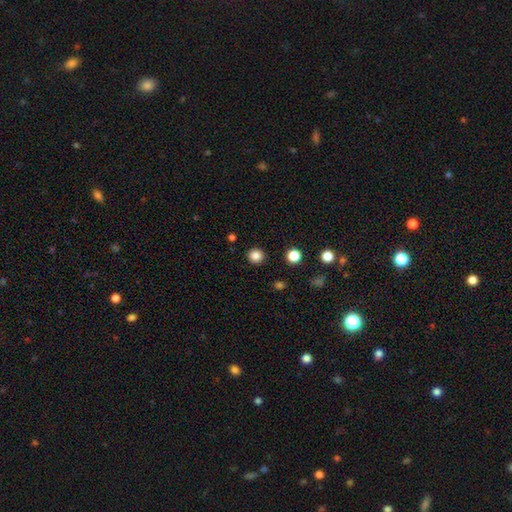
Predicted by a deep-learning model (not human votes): Smooth or featured? Predicted: smooth (p=0.85). How rounded? Predicted: round (p=0.94). Merging? Predicted: none (p=0.92).